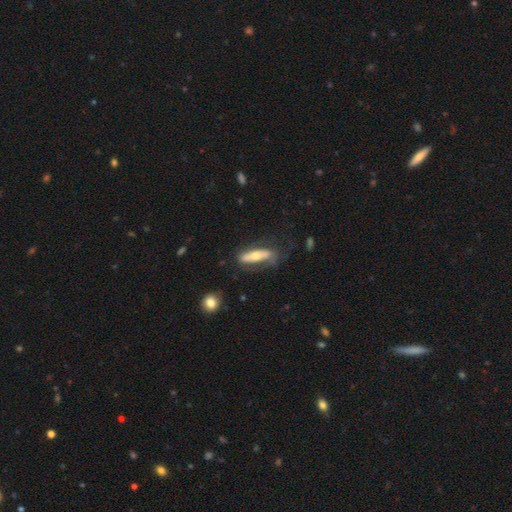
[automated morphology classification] Overall: smooth (47%, tied with featured or disk). Merging: none (59%; minor disturbance 22%).